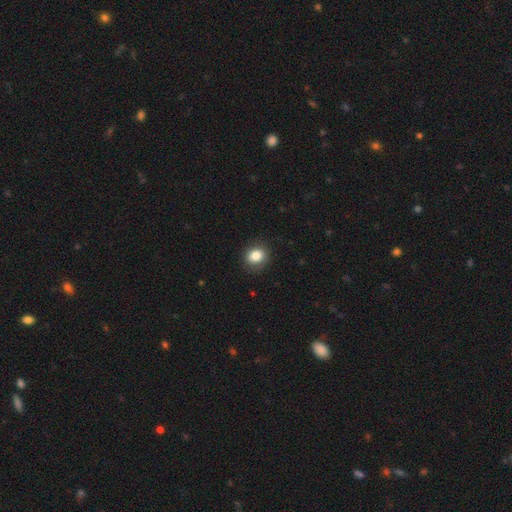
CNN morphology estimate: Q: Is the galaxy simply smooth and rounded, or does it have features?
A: smooth — 84%.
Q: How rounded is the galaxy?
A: round — 67%.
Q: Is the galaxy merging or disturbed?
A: none — 87%.